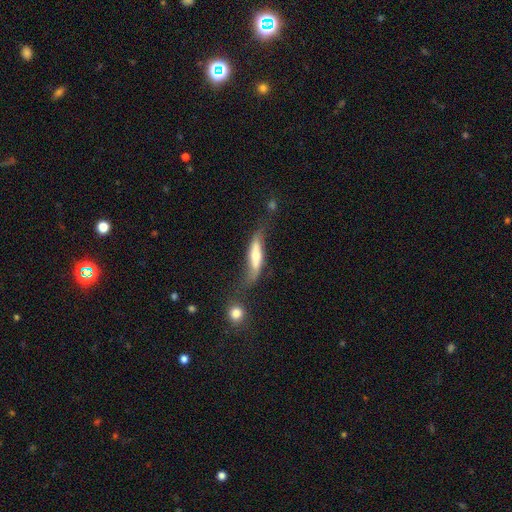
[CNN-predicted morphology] smooth_or_featured: featured or disk (p=0.48) [alt: smooth p=0.46]
merging: none (p=0.43) [alt: minor disturbance p=0.27]